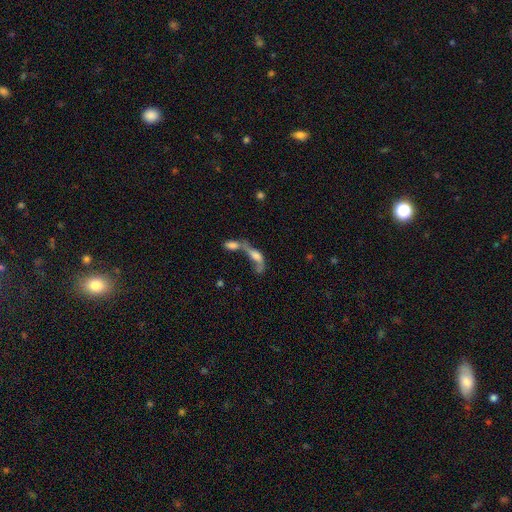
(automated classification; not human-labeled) Morphology: type=smooth (47%); merging=merger (69%).